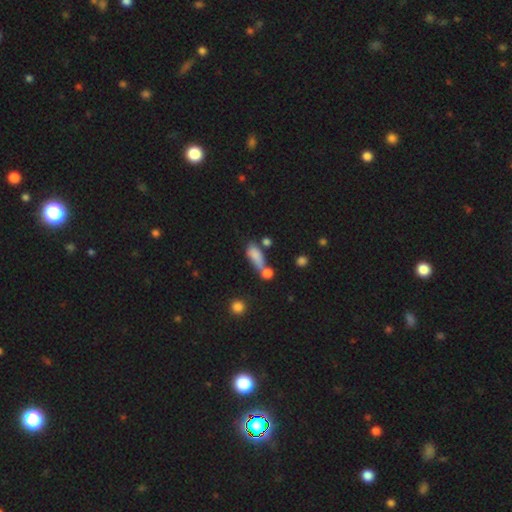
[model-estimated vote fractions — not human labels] This is likely a smooth galaxy (77%). How rounded: likely in between (70%). Merging: marginally merger (38%).